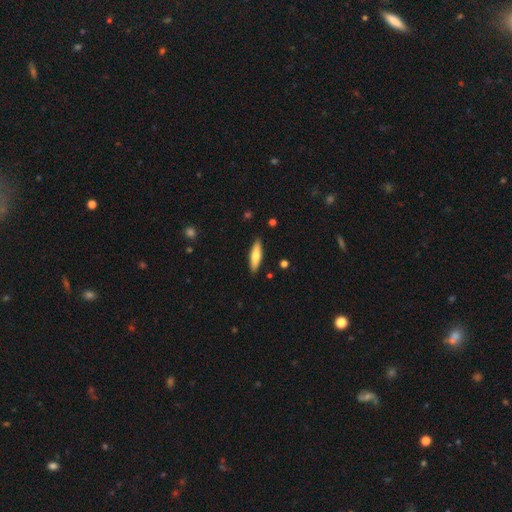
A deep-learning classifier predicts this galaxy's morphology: smooth 68%, featured or disk 27%, star or artifact 6%. Down the decision tree: how rounded — cigar-shaped (63%); merging — none (89%).